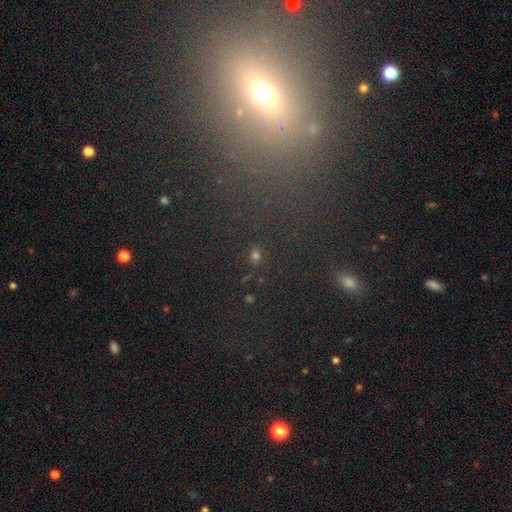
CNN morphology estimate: Overall: star or artifact (44%; smooth 40%).